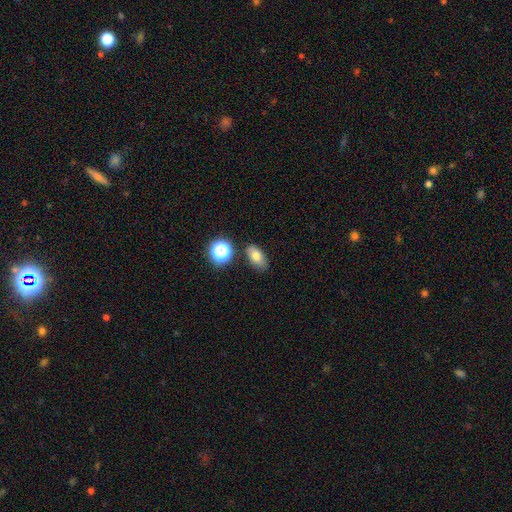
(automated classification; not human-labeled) Overall: smooth (75%). How rounded: in between (85%). Merging: none (80%).